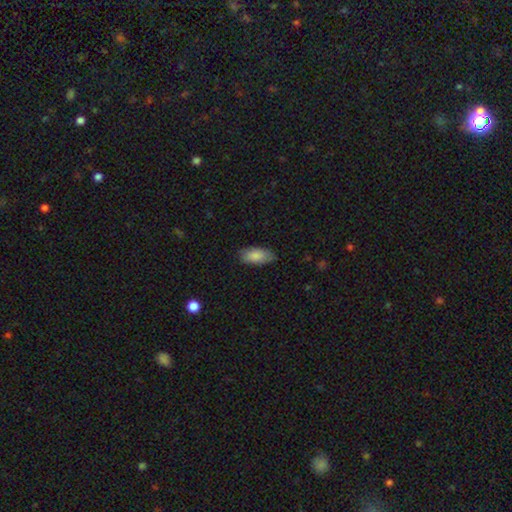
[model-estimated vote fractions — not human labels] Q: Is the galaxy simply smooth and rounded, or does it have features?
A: smooth — 86%.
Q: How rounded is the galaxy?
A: in between — 90%.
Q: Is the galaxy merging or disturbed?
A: none — 81%.